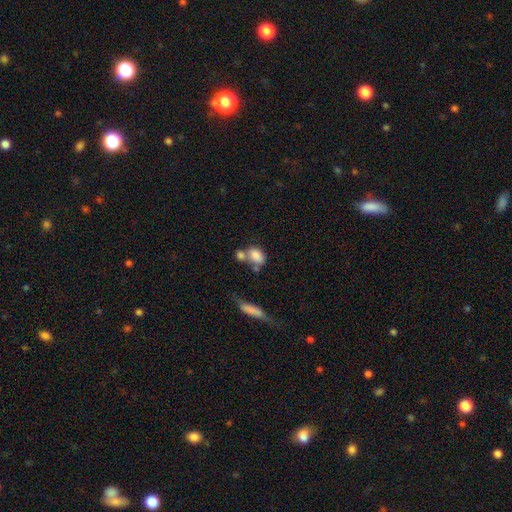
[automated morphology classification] smooth 81%, featured or disk 11%, star or artifact 8%. Down the decision tree: how rounded — in between (75%); merging — merger (46%).